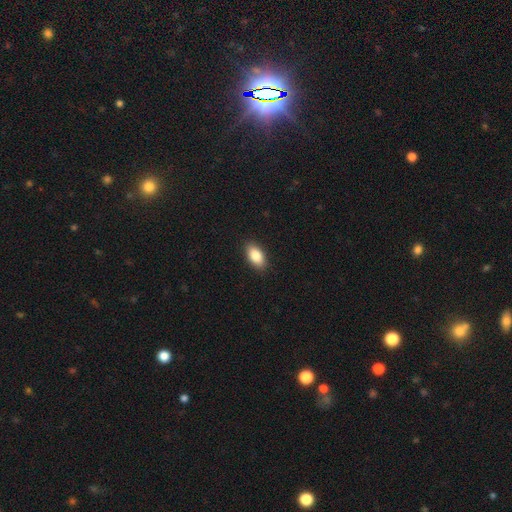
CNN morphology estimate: A smooth galaxy with no disk features (86%) that is in between round and cigar-shaped (92%).

Vote fractions:
- Smooth or featured? smooth: 86% / featured or disk: 7% / star or artifact: 7%
- How rounded? in between: 92% / cigar-shaped: 4% / round: 4%
- Merging? none: 89% / minor disturbance: 8% / major disturbance: 2% / merger: 1%